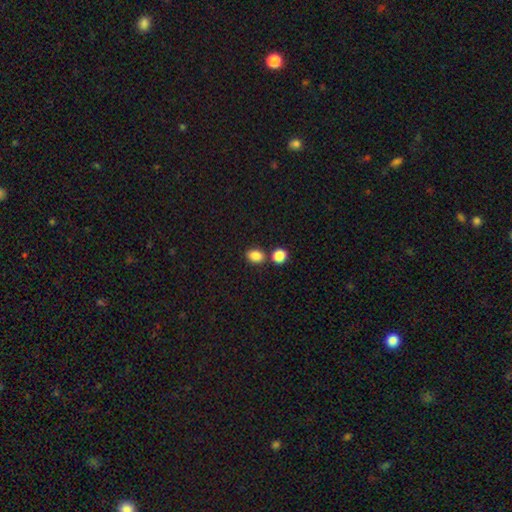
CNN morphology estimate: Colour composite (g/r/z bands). It shows a smooth galaxy with no disk features (85%) that is in between round and cigar-shaped (63%). Merging: none (69%).